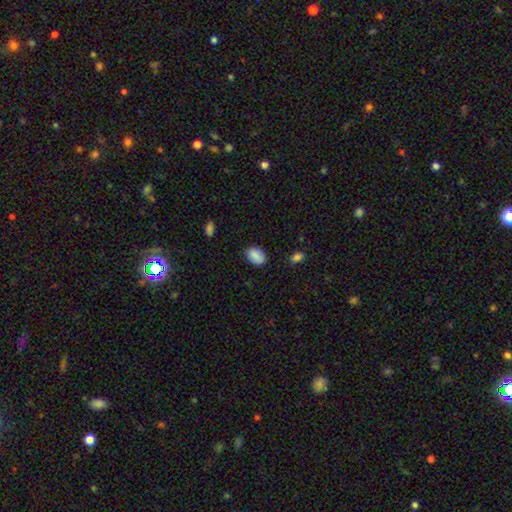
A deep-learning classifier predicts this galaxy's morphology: A smooth galaxy with no disk features (87%) that is in between round and cigar-shaped (82%).

Vote fractions:
- Smooth or featured? smooth: 87% / star or artifact: 7% / featured or disk: 6%
- How rounded? in between: 82% / round: 17% / cigar-shaped: 1%
- Merging? none: 81% / minor disturbance: 14% / major disturbance: 3% / merger: 2%